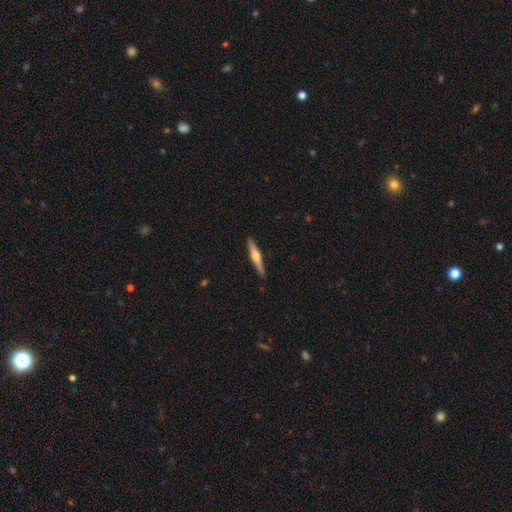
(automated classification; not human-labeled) smooth_or_featured: featured or disk (p=0.71) [alt: smooth p=0.23]
disk_edge_on: yes (p=0.98) [alt: no p=0.02]
edge_on_bulge: rounded (p=0.89) [alt: boxy p=0.08]
merging: none (p=0.91) [alt: minor disturbance p=0.07]